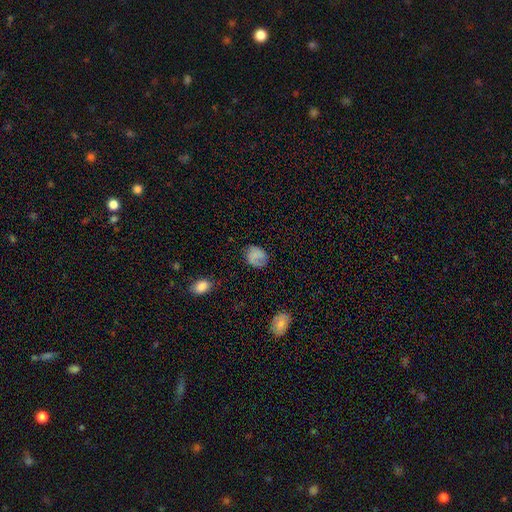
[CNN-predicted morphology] Overall: smooth (72%). How rounded: round (52%; in between 47%). Merging: none (72%).